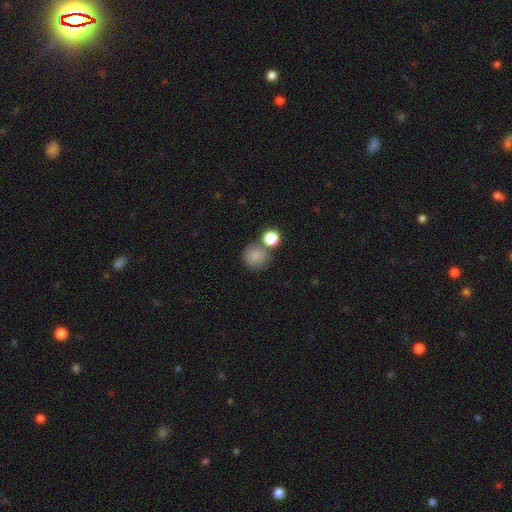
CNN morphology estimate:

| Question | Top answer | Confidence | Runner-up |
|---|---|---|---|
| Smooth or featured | smooth | 83% | star or artifact (11%) |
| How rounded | round | 90% | in between (9%) |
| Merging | none | 64% | merger (22%) |